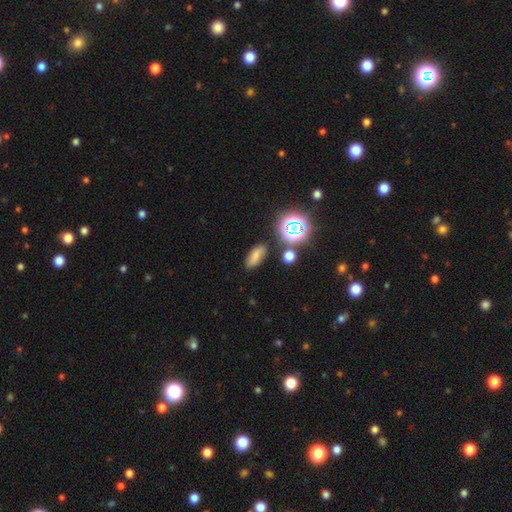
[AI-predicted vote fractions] Smooth or featured: smooth — 68% (star or artifact — 20%)
How rounded: in between — 76% (cigar-shaped — 12%)
Merging: none — 80% (minor disturbance — 11%)